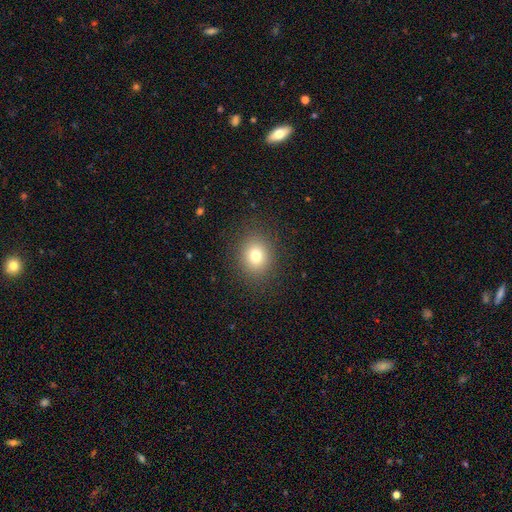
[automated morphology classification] smooth 76%, star or artifact 14%, featured or disk 10%. Down the decision tree: how rounded — round (72%); merging — none (88%).